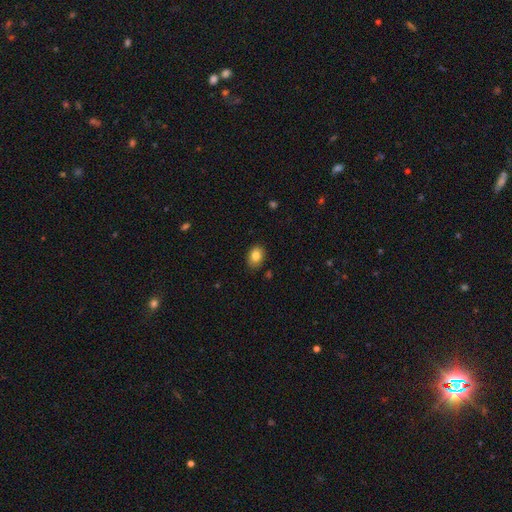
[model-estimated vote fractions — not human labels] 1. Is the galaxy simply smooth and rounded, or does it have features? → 82% smooth, 9% featured or disk, 9% star or artifact.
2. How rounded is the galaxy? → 67% in between, 32% round, 1% cigar-shaped.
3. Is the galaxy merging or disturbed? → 86% none, 11% minor disturbance, 2% major disturbance, 1% merger.